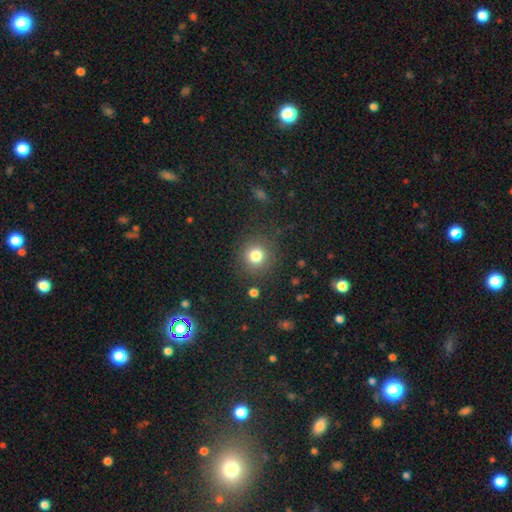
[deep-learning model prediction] The model was most divided on "smooth or featured": smooth: 80%, star or artifact: 13%, featured or disk: 7%. More confident: how rounded — round (93%); merging — none (86%).